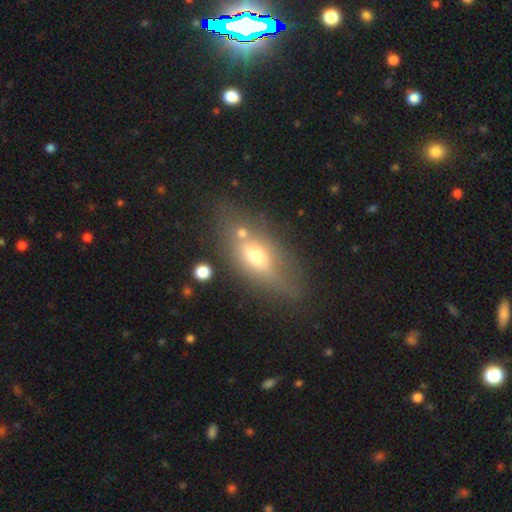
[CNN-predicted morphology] smooth_or_featured: smooth (p=0.54) [alt: featured or disk p=0.34]
how_rounded: in between (p=0.71) [alt: cigar-shaped p=0.21]
merging: none (p=0.62) [alt: minor disturbance p=0.18]